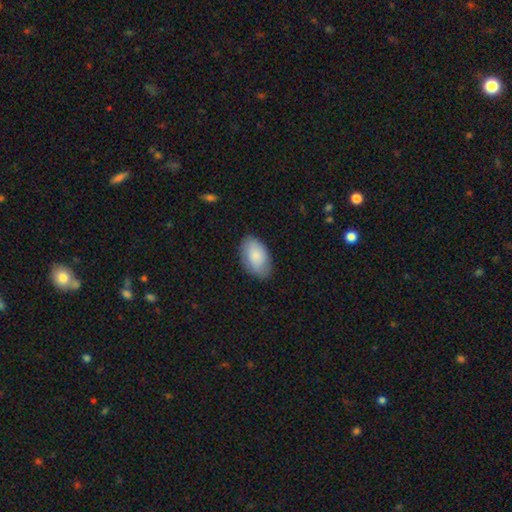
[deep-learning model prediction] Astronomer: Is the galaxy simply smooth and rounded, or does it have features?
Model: smooth — 85%.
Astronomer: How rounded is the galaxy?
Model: in between — 94%.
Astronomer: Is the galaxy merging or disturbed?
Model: none — 80%.